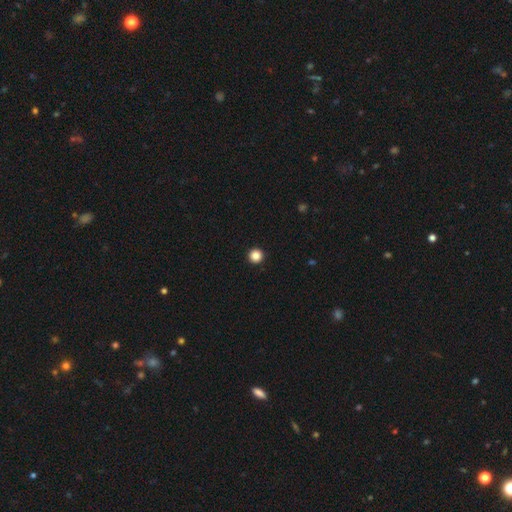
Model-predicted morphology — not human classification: A smooth galaxy with no disk features (86%) that is round (97%). Merging: none (94%).